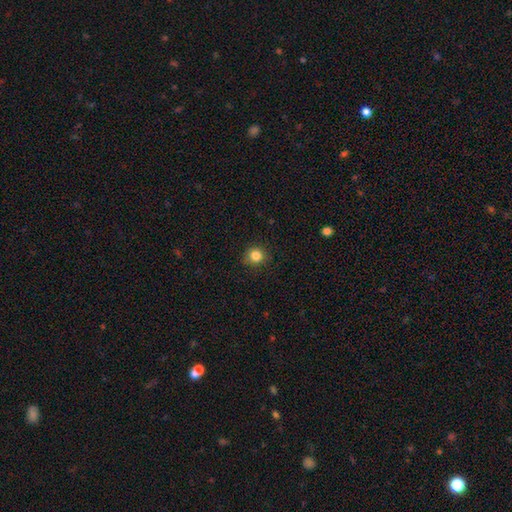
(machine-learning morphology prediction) smooth-or-featured: smooth: 84% | star or artifact: 11% | featured or disk: 4%
  how-rounded: round: 92% | in between: 7% | cigar-shaped: 1%
  merging: none: 88% | minor disturbance: 8% | major disturbance: 2% | merger: 1%